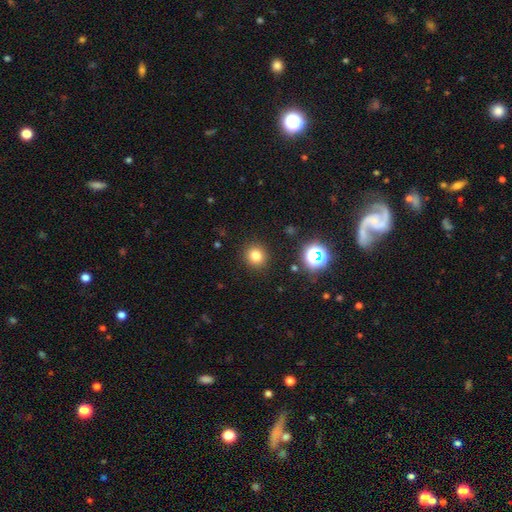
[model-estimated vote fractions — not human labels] Q: Smooth or featured?
A: smooth (78%); runner-up: star or artifact (16%)
Q: How rounded?
A: round (90%); runner-up: in between (9%)
Q: Merging?
A: none (90%); runner-up: minor disturbance (6%)